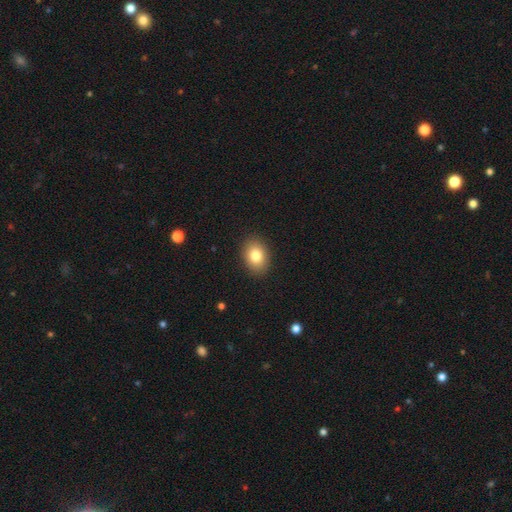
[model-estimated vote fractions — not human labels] Smooth or featured: smooth — 82% (star or artifact — 9%)
How rounded: in between — 70% (round — 29%)
Merging: none — 89% (minor disturbance — 8%)